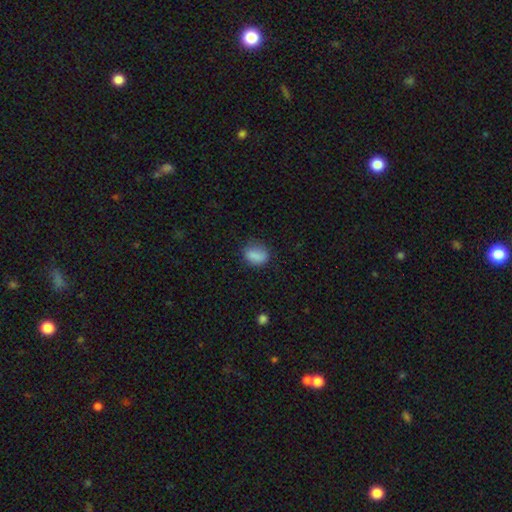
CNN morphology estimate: smooth 84%, star or artifact 9%, featured or disk 7%. Down the decision tree: how rounded — in between (69%); merging — none (68%).